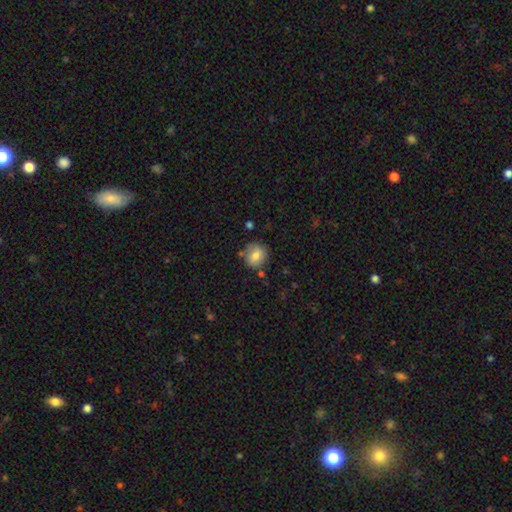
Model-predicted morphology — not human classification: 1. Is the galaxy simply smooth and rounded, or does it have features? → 80% smooth, 12% featured or disk, 9% star or artifact.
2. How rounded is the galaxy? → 82% round, 17% in between, 1% cigar-shaped.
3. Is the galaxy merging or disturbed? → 76% none, 15% minor disturbance, 6% merger, 4% major disturbance.